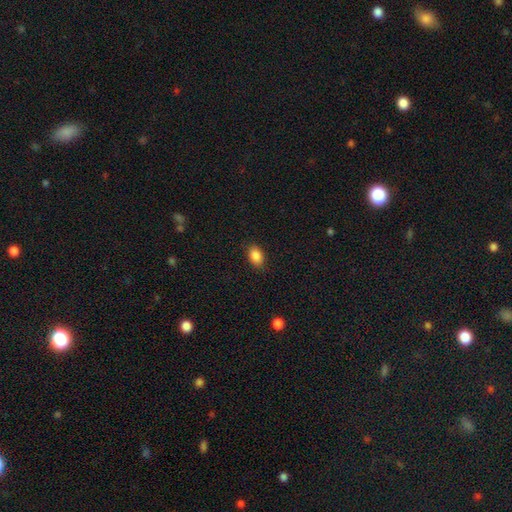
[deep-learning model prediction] smooth-or-featured: smooth: 87% | star or artifact: 9% | featured or disk: 4%
  how-rounded: in between: 84% | round: 15% | cigar-shaped: 1%
  merging: none: 87% | minor disturbance: 10% | major disturbance: 2% | merger: 1%